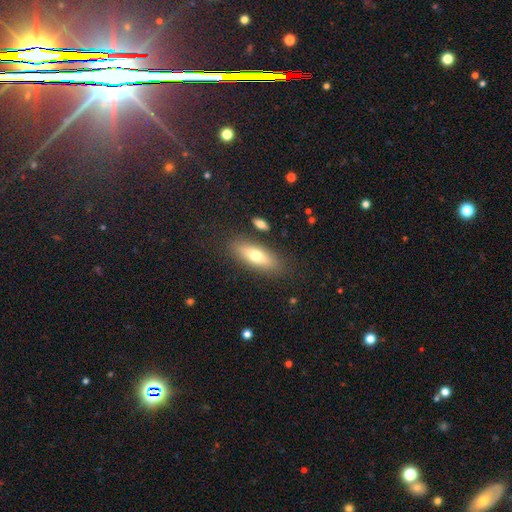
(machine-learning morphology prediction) Smooth or featured?
  - smooth: 69% *
  - featured or disk: 24%
  - star or artifact: 7%
How rounded?
  - in between: 65% *
  - cigar-shaped: 32%
  - round: 3%
Merging?
  - none: 83% *
  - minor disturbance: 10%
  - merger: 3%
  - major disturbance: 3%